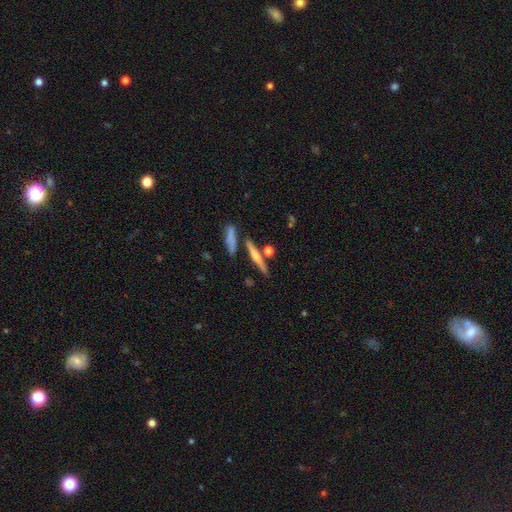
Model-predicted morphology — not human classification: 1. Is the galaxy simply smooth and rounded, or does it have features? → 54% featured or disk, 38% smooth, 7% star or artifact.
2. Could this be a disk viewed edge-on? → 96% yes, 4% no.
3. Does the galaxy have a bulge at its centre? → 70% rounded, 21% none, 9% boxy.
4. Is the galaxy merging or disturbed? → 79% none, 10% merger, 9% minor disturbance, 3% major disturbance.